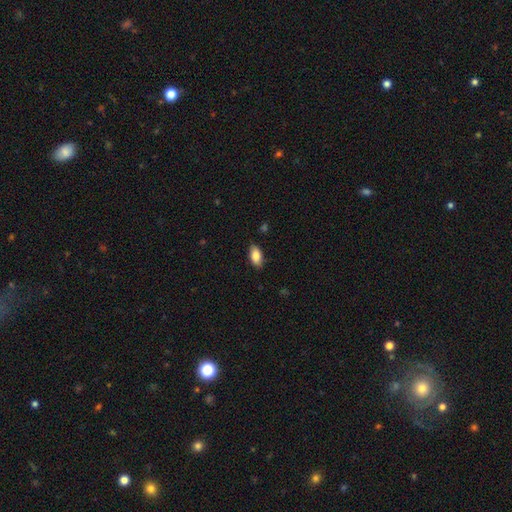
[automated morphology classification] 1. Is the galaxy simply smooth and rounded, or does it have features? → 86% smooth, 7% featured or disk, 7% star or artifact.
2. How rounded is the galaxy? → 92% in between, 5% cigar-shaped, 4% round.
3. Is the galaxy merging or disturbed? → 84% none, 13% minor disturbance, 2% major disturbance, 1% merger.